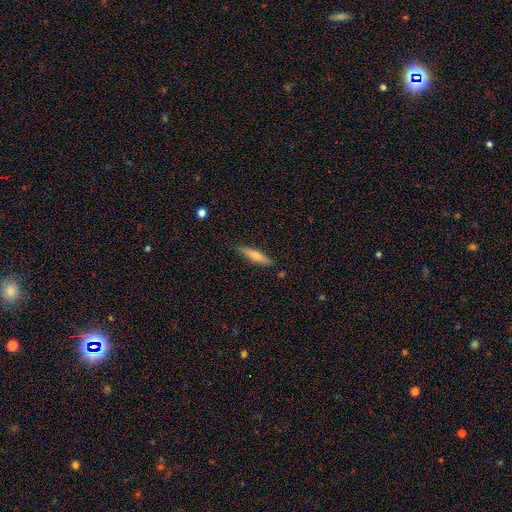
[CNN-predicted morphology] A smooth galaxy with no disk features (71%) that is cigar-shaped (81%).

Vote fractions:
- Smooth or featured? smooth: 71% / featured or disk: 23% / star or artifact: 6%
- How rounded? cigar-shaped: 81% / in between: 18% / round: 1%
- Merging? none: 85% / minor disturbance: 11% / major disturbance: 2% / merger: 2%